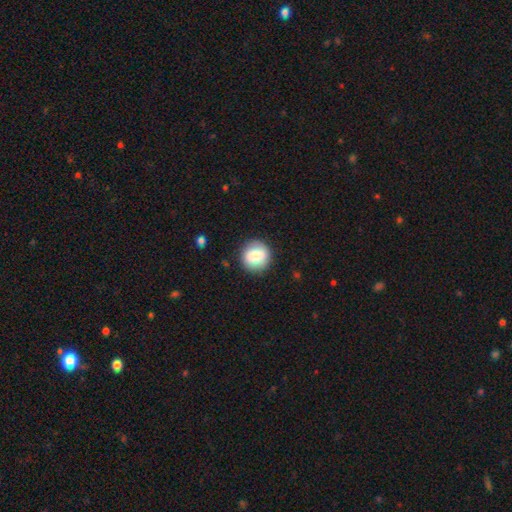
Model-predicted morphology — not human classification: Smooth or featured? Predicted: smooth (p=0.79). How rounded? Predicted: round (p=0.93). Merging? Predicted: none (p=0.89).